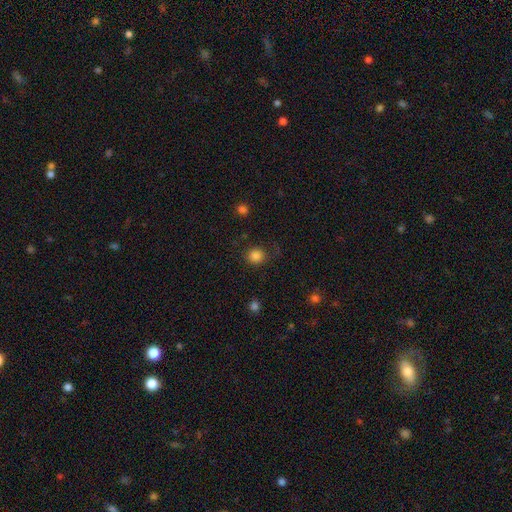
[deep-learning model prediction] Smooth or featured? Predicted: smooth (p=0.84). How rounded? Predicted: round (p=0.88). Merging? Predicted: none (p=0.81).